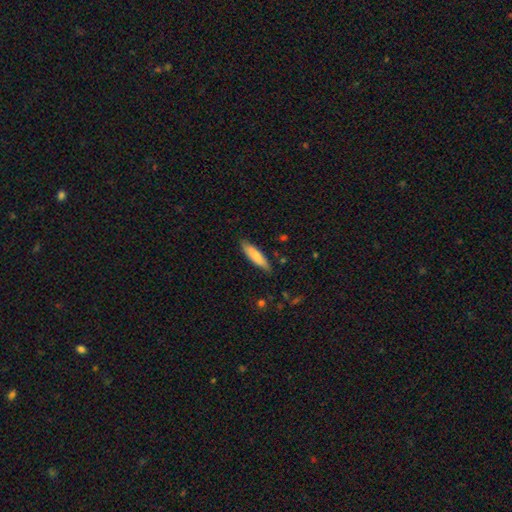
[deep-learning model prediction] This appears to be a smooth galaxy with no disk features (80%) that is cigar-shaped (74%). Merging: none (84%).